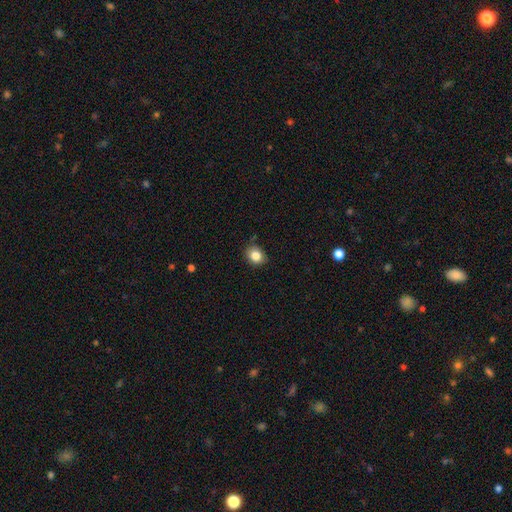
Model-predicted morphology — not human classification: This appears to be a smooth galaxy with no disk features (84%) that is round (61%). Merging: none (81%).